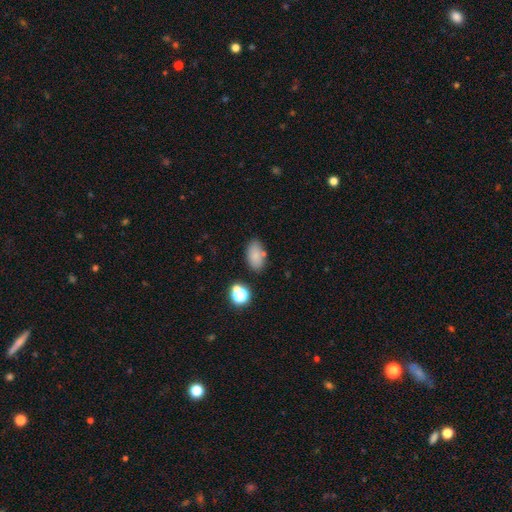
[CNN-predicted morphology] Q: Smooth or featured?
A: smooth (80%); runner-up: star or artifact (12%)
Q: How rounded?
A: in between (90%); runner-up: round (8%)
Q: Merging?
A: none (74%); runner-up: minor disturbance (14%)